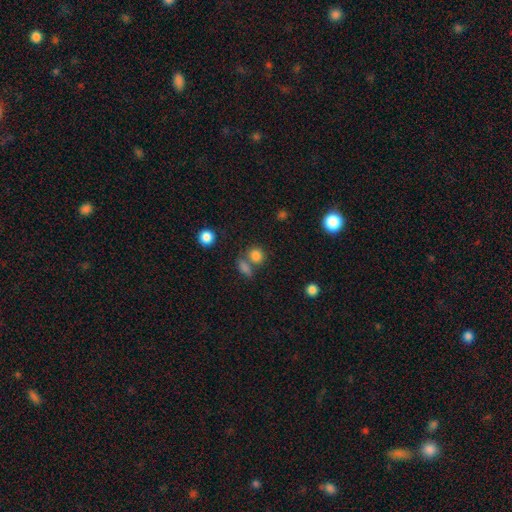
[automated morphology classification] Smooth or featured? smooth (81%)
How rounded? round (78%)
Merging? none (53%)